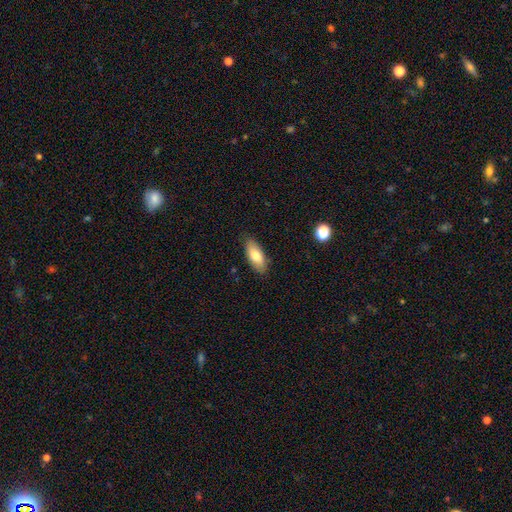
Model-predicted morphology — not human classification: smooth_or_featured: smooth (p=0.78) [alt: featured or disk p=0.16]
how_rounded: in between (p=0.82) [alt: cigar-shaped p=0.16]
merging: none (p=0.86) [alt: minor disturbance p=0.11]